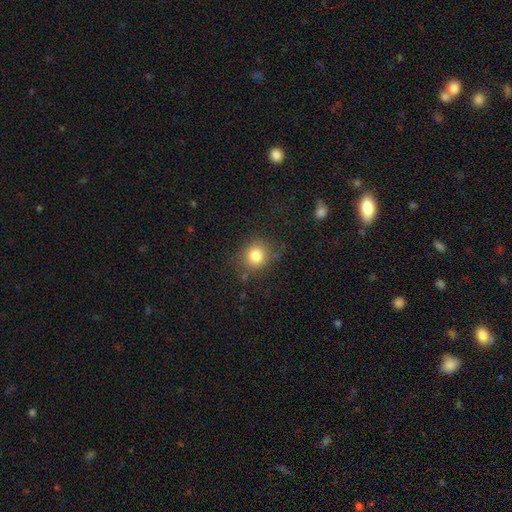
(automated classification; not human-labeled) smooth-or-featured: smooth: 81% | star or artifact: 11% | featured or disk: 7%
  how-rounded: round: 76% | in between: 23% | cigar-shaped: 1%
  merging: none: 79% | minor disturbance: 14% | major disturbance: 5% | merger: 2%